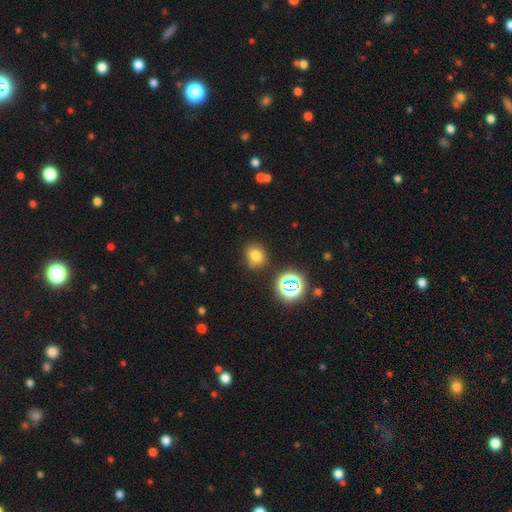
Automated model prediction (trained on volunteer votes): Overall: smooth (72%). How rounded: round (77%). Merging: none (77%).